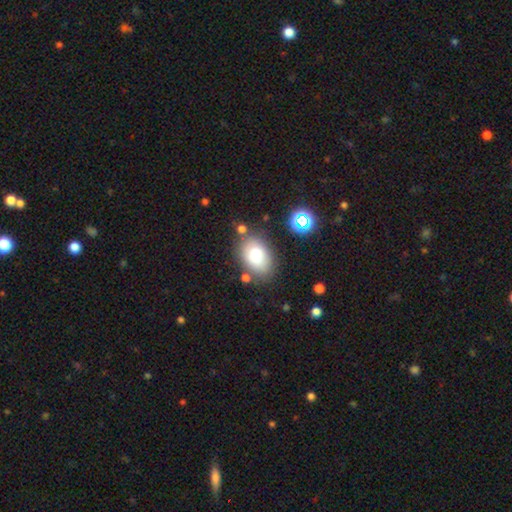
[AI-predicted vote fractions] Smooth or featured: smooth — 79% (featured or disk — 11%)
How rounded: in between — 84% (round — 15%)
Merging: none — 74% (minor disturbance — 15%)